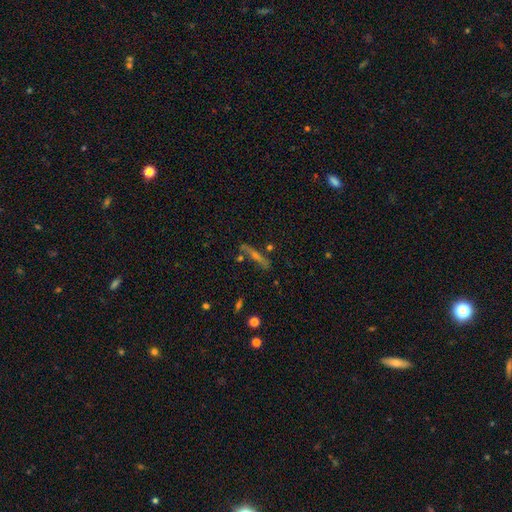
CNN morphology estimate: Smooth or featured? Predicted: featured or disk (p=0.54). Edge-on disk? Predicted: yes (p=0.85). Merging? Predicted: none (p=0.73).